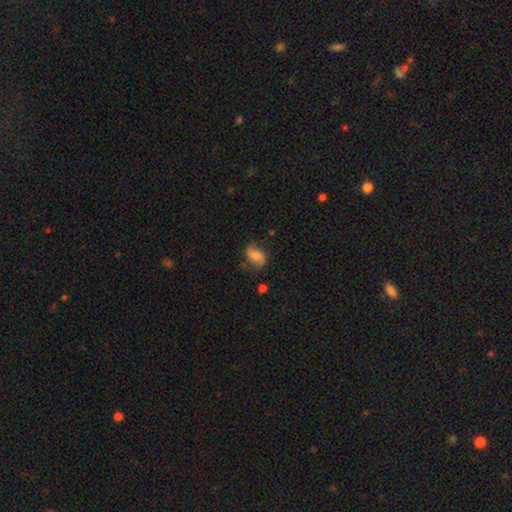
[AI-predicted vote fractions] Smooth or featured?
  - smooth: 53% *
  - featured or disk: 38%
  - star or artifact: 9%
How rounded?
  - in between: 79% *
  - round: 19%
  - cigar-shaped: 2%
Merging?
  - none: 61% *
  - minor disturbance: 25%
  - major disturbance: 11%
  - merger: 2%